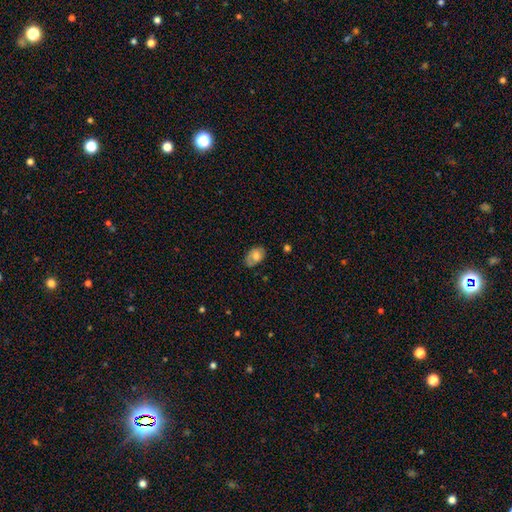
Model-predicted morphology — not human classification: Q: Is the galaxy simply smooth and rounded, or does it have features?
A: smooth — 69%.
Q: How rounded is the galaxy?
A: in between — 85%.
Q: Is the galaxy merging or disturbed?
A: none — 67%.